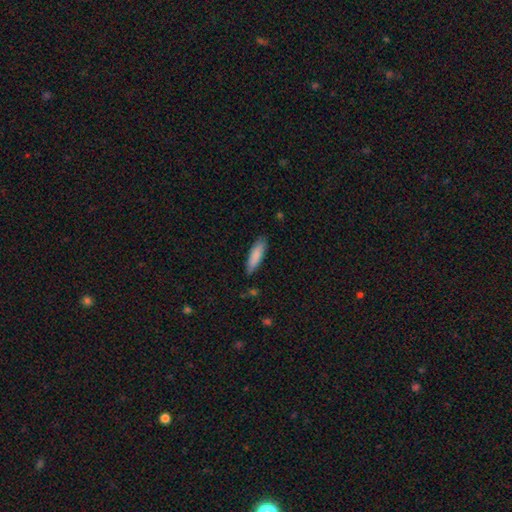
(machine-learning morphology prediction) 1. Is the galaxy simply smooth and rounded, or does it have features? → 85% smooth, 10% featured or disk, 6% star or artifact.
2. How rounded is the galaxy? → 66% cigar-shaped, 33% in between, 1% round.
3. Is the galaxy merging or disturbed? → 83% none, 14% minor disturbance, 2% major disturbance, 1% merger.